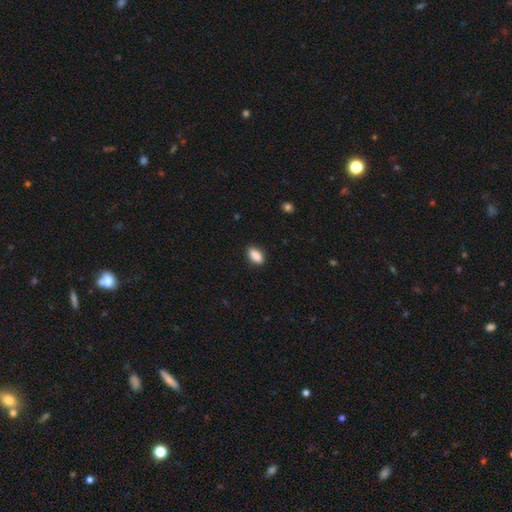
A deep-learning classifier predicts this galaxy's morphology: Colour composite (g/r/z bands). It shows a smooth galaxy with no disk features (89%) that is in between round and cigar-shaped (90%). Merging: none (87%).